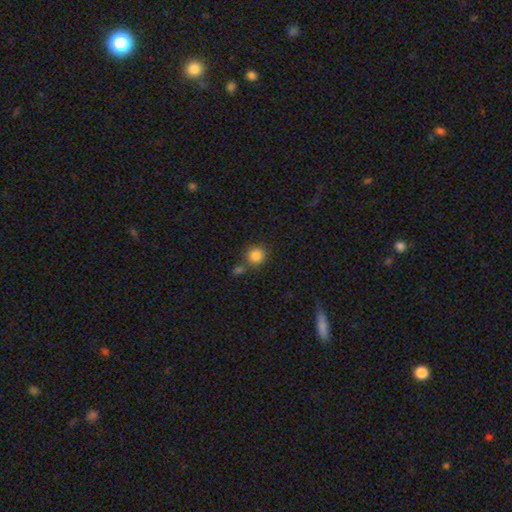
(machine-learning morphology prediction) Smooth or featured?
  - smooth: 85% *
  - star or artifact: 10%
  - featured or disk: 5%
How rounded?
  - round: 91% *
  - in between: 8%
  - cigar-shaped: 1%
Merging?
  - none: 70% *
  - merger: 17%
  - minor disturbance: 10%
  - major disturbance: 3%